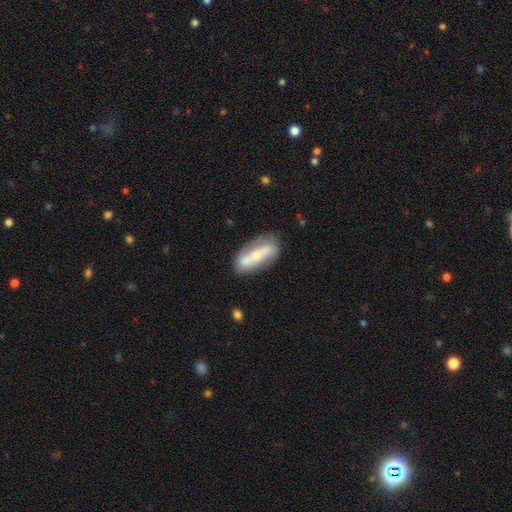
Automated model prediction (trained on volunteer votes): A featured or disk galaxy (63%). Merging: none (75%).